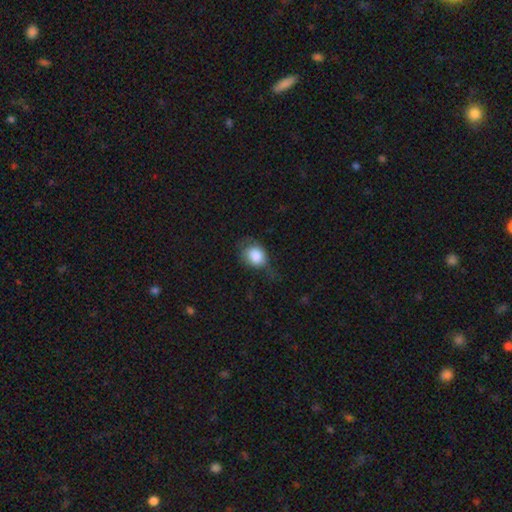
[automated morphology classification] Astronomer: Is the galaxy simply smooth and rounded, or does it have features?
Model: smooth — 82%.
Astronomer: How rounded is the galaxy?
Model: round — 55% (runner-up: in between, 44%).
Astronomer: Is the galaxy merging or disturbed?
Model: minor disturbance — 38% (runner-up: none, 34%).